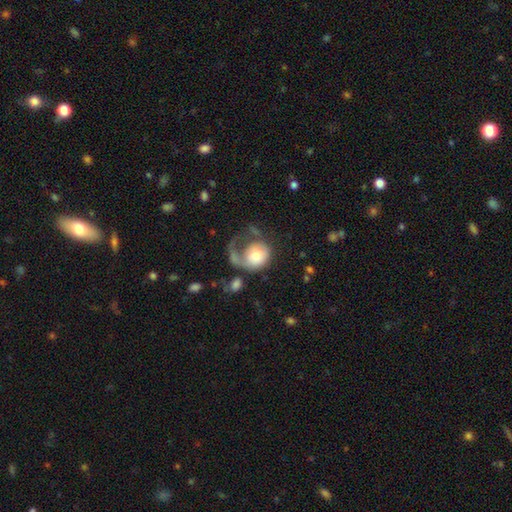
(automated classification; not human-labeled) Morphology: type=smooth (55%); roundness=round (71%); merging=major disturbance (57%).